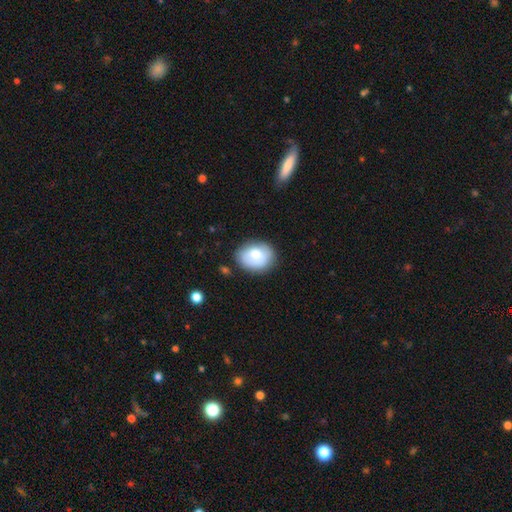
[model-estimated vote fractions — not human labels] Smooth or featured? smooth (77%)
How rounded? in between (57%)
Merging? none (77%)